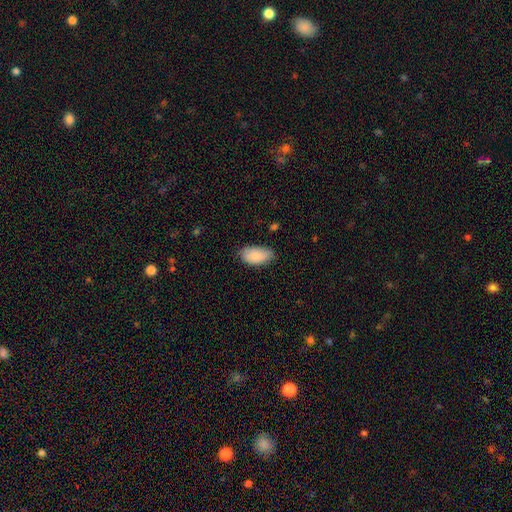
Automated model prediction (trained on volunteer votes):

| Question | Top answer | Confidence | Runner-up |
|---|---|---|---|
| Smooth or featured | smooth | 85% | featured or disk (8%) |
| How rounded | in between | 94% | cigar-shaped (4%) |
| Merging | none | 75% | minor disturbance (21%) |